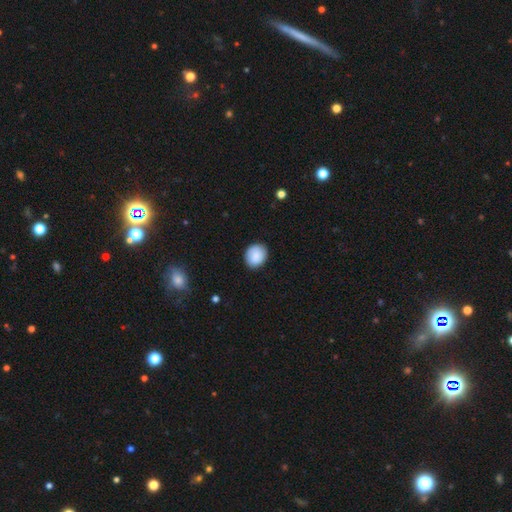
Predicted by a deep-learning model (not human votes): This appears to be a smooth galaxy with no disk features (88%) that is round (68%). Merging: none (86%).